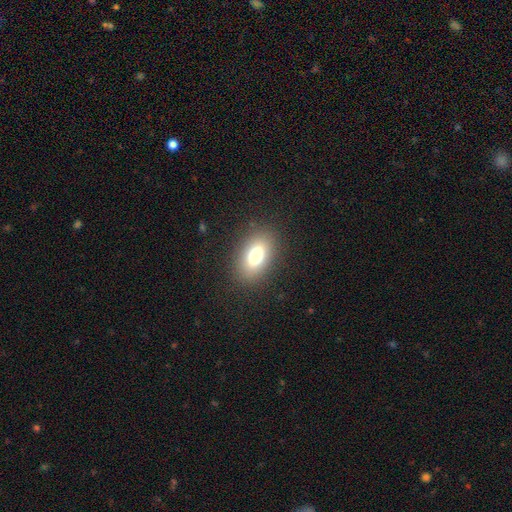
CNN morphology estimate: Smooth or featured?
  - smooth: 76% *
  - featured or disk: 13%
  - star or artifact: 11%
How rounded?
  - in between: 87% *
  - round: 10%
  - cigar-shaped: 3%
Merging?
  - none: 86% *
  - minor disturbance: 9%
  - major disturbance: 4%
  - merger: 1%